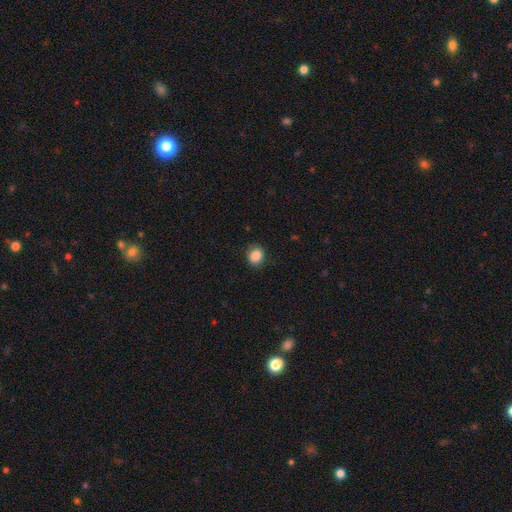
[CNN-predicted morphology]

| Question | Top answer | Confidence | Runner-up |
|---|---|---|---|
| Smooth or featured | smooth | 87% | star or artifact (9%) |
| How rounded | round | 65% | in between (34%) |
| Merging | none | 82% | minor disturbance (14%) |